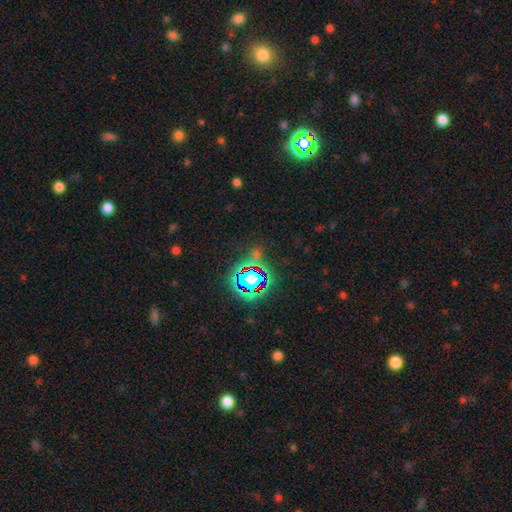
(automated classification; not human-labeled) star or artifact 75%, smooth 16%, featured or disk 9%.